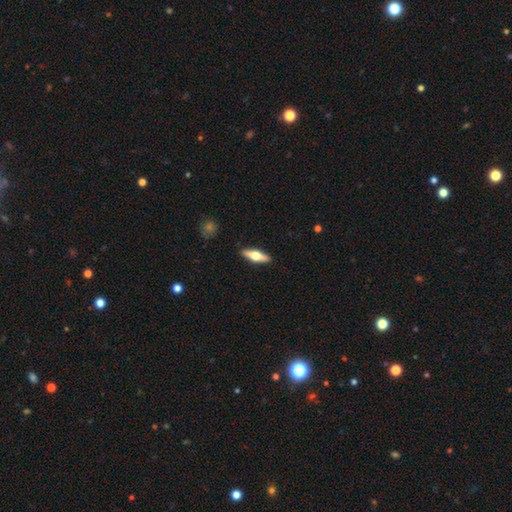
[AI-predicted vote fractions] Smooth or featured? featured or disk (53%)
Edge-on disk? yes (92%)
Merging? none (90%)